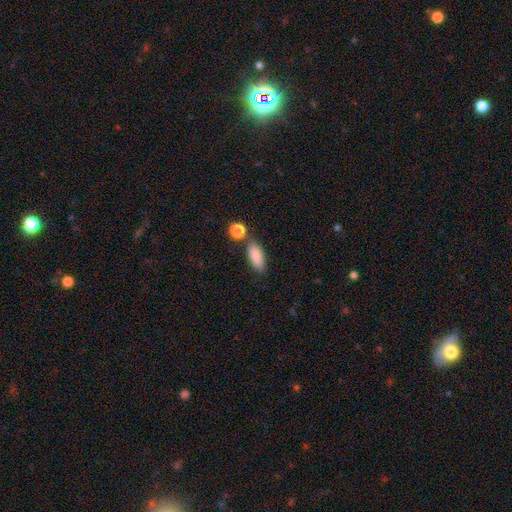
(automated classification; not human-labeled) smooth_or_featured: smooth (p=0.87) [alt: star or artifact p=0.07]
how_rounded: in between (p=0.81) [alt: cigar-shaped p=0.16]
merging: none (p=0.66) [alt: merger p=0.16]